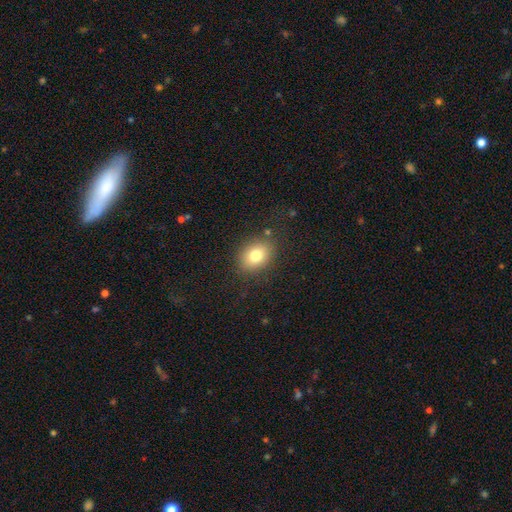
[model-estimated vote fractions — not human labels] Q: Smooth or featured?
A: smooth (78%); runner-up: featured or disk (11%)
Q: How rounded?
A: in between (64%); runner-up: round (35%)
Q: Merging?
A: none (83%); runner-up: minor disturbance (11%)